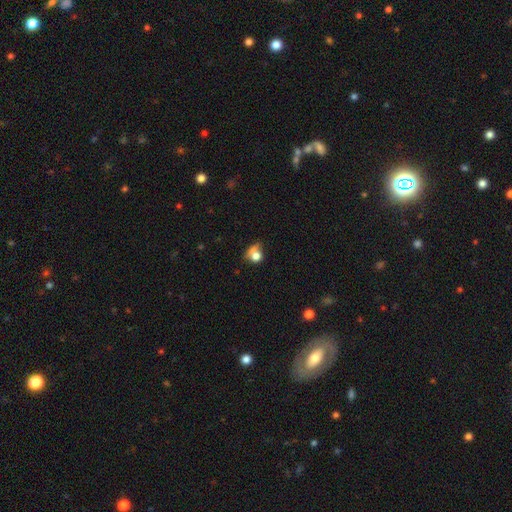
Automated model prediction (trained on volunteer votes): This is likely a smooth galaxy (71%). How rounded: likely round (66%). Merging: marginally none (33%).